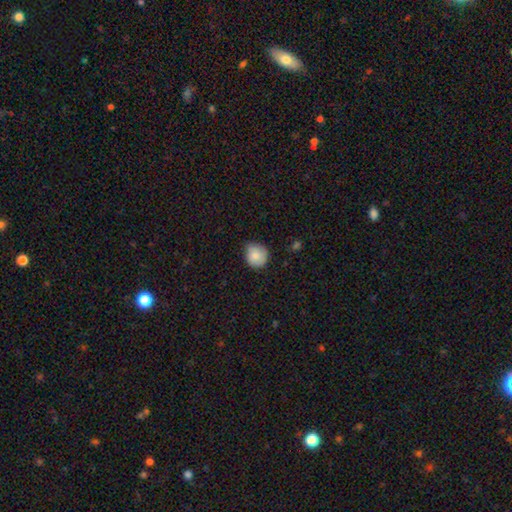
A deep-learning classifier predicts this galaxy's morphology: Smooth or featured?
  - smooth: 84% *
  - featured or disk: 9%
  - star or artifact: 8%
How rounded?
  - round: 82% *
  - in between: 17%
  - cigar-shaped: 1%
Merging?
  - none: 66% *
  - minor disturbance: 29%
  - major disturbance: 4%
  - merger: 1%